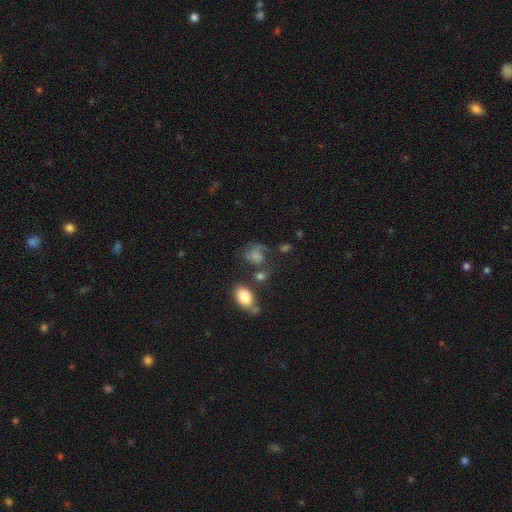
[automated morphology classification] Smooth or featured? Predicted: smooth (p=0.42). Merging? Predicted: none (p=0.49).